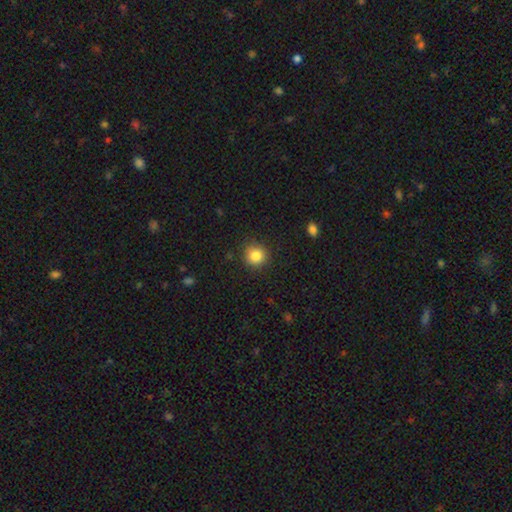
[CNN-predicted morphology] A smooth galaxy with no disk features (84%) that is round (91%). Merging: none (87%).